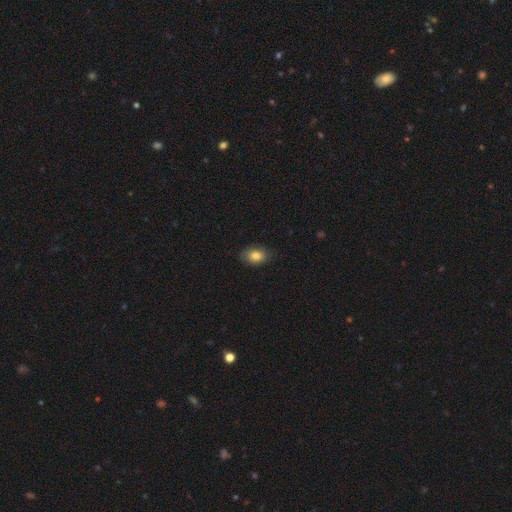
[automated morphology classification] type=smooth (83%); roundness=in between (80%); merging=none (82%).